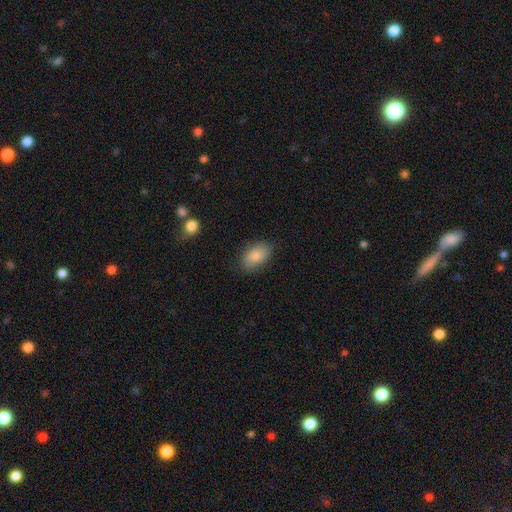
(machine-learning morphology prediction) Smooth or featured?
  - smooth: 85% *
  - featured or disk: 8%
  - star or artifact: 7%
How rounded?
  - in between: 91% *
  - round: 8%
  - cigar-shaped: 2%
Merging?
  - none: 82% *
  - minor disturbance: 13%
  - major disturbance: 3%
  - merger: 1%